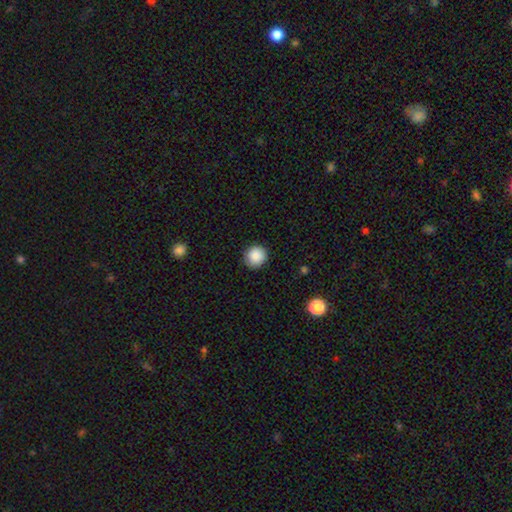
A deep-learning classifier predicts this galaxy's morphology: Smooth or featured: smooth — 88% (star or artifact — 9%)
How rounded: round — 94% (in between — 5%)
Merging: none — 90% (minor disturbance — 7%)